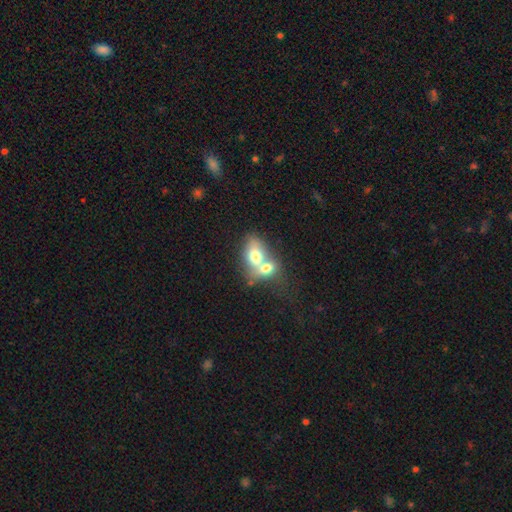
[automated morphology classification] A smooth galaxy with no disk features (65%) that is in between round and cigar-shaped (68%). Merging: merger (74%).